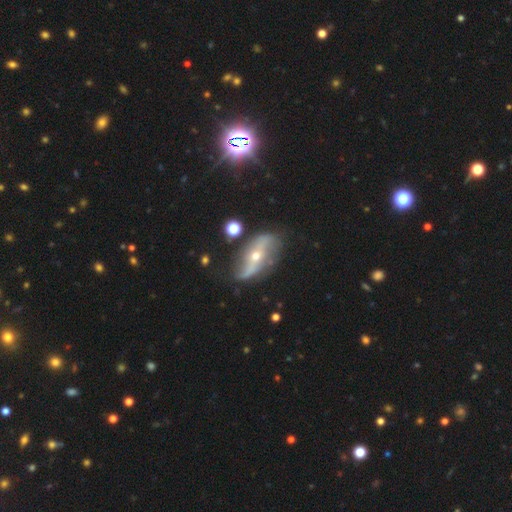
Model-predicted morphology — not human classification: Smooth or featured? featured or disk (79%)
Edge-on disk? no (85%)
Bar? no (43%)
Spiral arms? yes (81%)
Spiral winding? loose (78%)
Spiral arm count? 2 (88%)
Bulge size? small (60%)
Merging? none (66%)